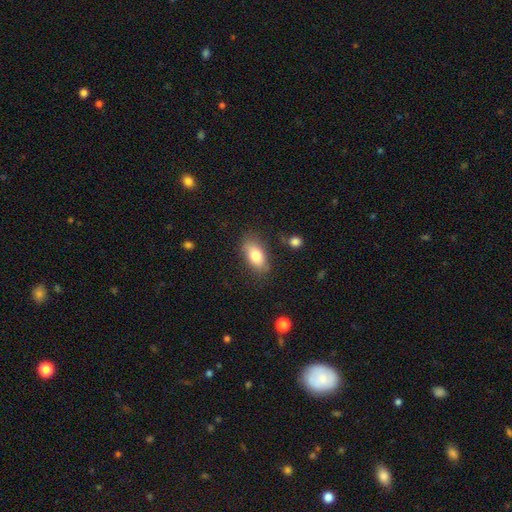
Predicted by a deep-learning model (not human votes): Smooth or featured: smooth — 78% (featured or disk — 14%)
How rounded: in between — 88% (cigar-shaped — 7%)
Merging: none — 78% (minor disturbance — 15%)